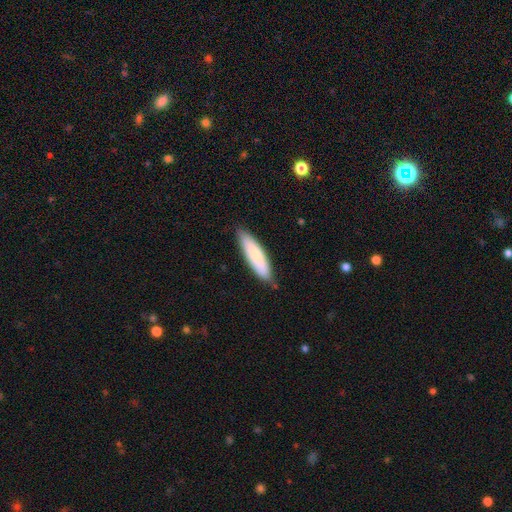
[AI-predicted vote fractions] This appears to be a smooth galaxy with no disk features (73%) that is cigar-shaped (66%). Merging: none (82%).